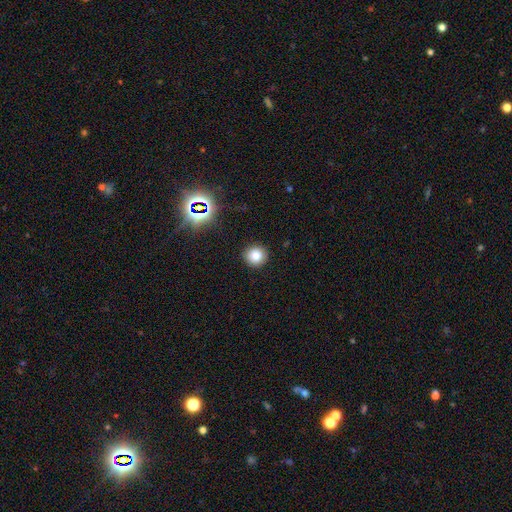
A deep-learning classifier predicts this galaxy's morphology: The model was most divided on "smooth or featured": smooth: 80%, star or artifact: 14%, featured or disk: 5%. More confident: how rounded — round (92%); merging — none (91%).